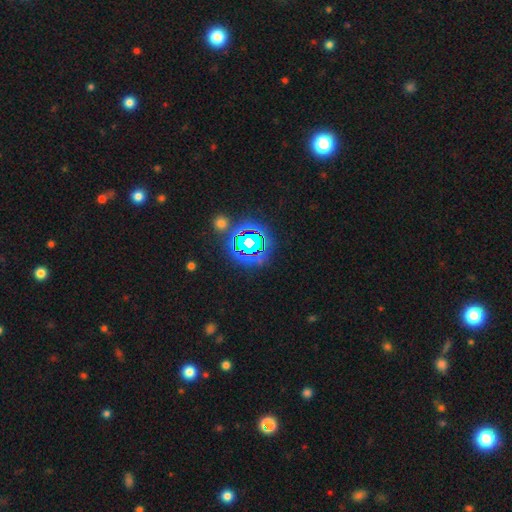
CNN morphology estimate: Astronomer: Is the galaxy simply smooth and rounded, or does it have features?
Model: star or artifact — 77%.